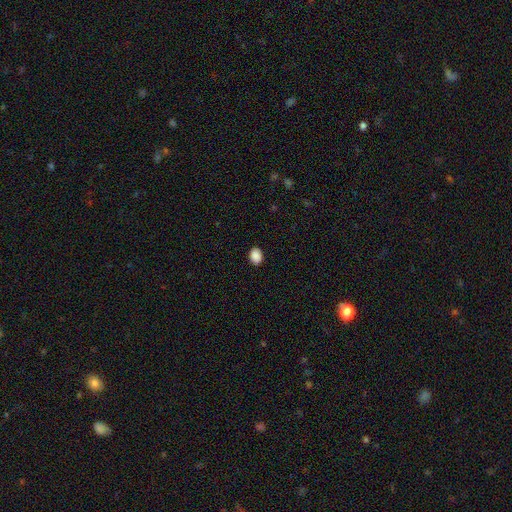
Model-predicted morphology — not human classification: smooth_or_featured: smooth (p=0.89) [alt: star or artifact p=0.08]
how_rounded: in between (p=0.70) [alt: round p=0.29]
merging: none (p=0.89) [alt: minor disturbance p=0.08]